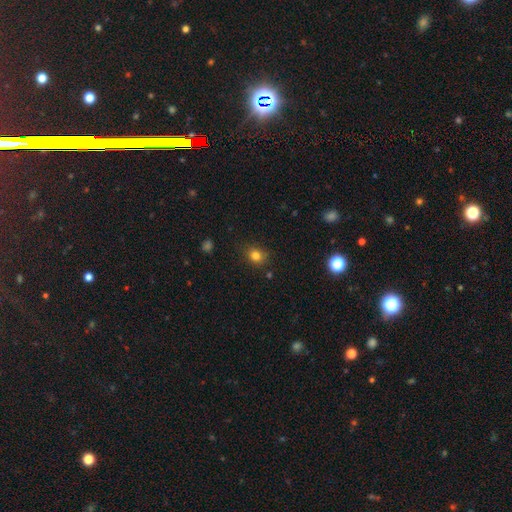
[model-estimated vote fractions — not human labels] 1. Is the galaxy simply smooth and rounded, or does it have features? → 80% smooth, 14% star or artifact, 6% featured or disk.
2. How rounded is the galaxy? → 71% round, 28% in between, 1% cigar-shaped.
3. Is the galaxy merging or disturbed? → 81% none, 14% minor disturbance, 3% major disturbance, 2% merger.